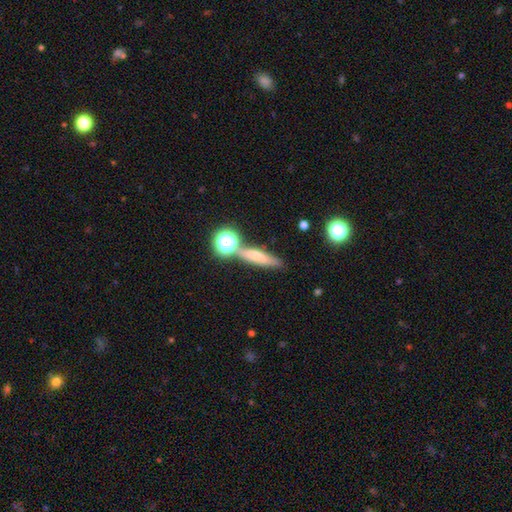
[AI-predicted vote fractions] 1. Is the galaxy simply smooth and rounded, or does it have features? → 58% smooth, 25% featured or disk, 16% star or artifact.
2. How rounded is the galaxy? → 60% cigar-shaped, 25% in between, 15% round.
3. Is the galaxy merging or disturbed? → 66% none, 16% merger, 13% minor disturbance, 5% major disturbance.